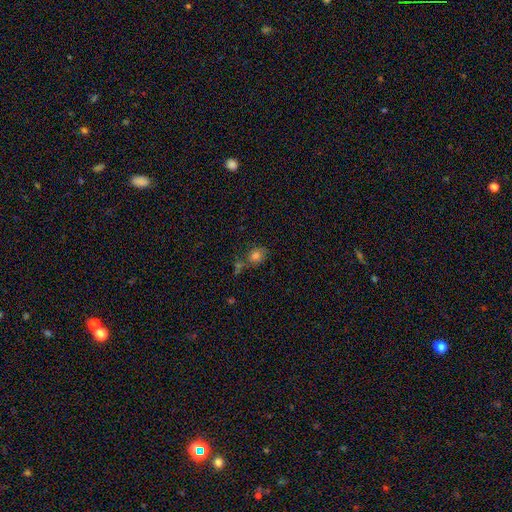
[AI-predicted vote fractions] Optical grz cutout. It shows a smooth galaxy with no disk features (74%) that is round (66%). Merging: none (58%).